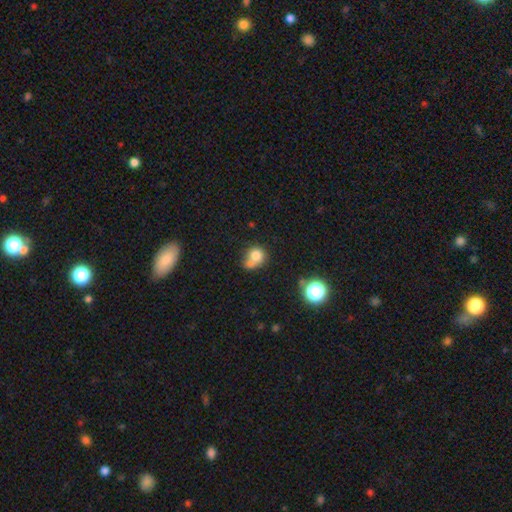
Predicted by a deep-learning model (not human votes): Smooth or featured?
  - smooth: 75% *
  - featured or disk: 13%
  - star or artifact: 12%
How rounded?
  - round: 73% *
  - in between: 26%
  - cigar-shaped: 1%
Merging?
  - merger: 40% *
  - none: 35%
  - minor disturbance: 16%
  - major disturbance: 9%